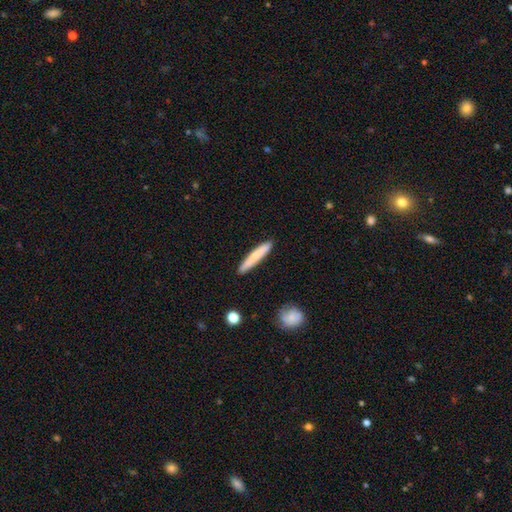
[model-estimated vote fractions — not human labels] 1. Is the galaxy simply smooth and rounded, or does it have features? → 73% smooth, 22% featured or disk, 5% star or artifact.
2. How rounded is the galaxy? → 94% cigar-shaped, 5% in between, 1% round.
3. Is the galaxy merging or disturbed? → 90% none, 7% minor disturbance, 1% major disturbance, 1% merger.